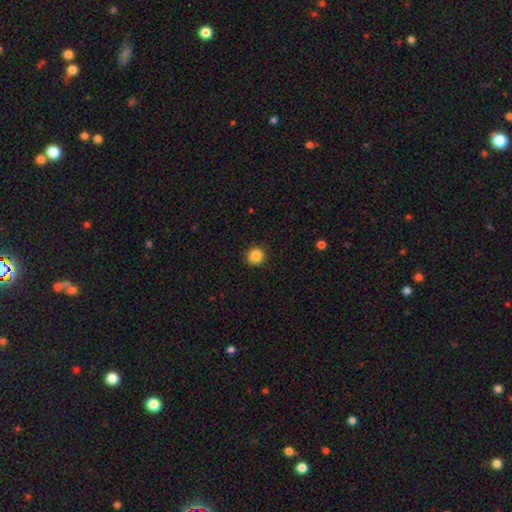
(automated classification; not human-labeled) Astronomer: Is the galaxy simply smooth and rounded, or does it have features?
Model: smooth — 86%.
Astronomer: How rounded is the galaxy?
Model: round — 94%.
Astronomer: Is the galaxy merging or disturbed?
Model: none — 92%.